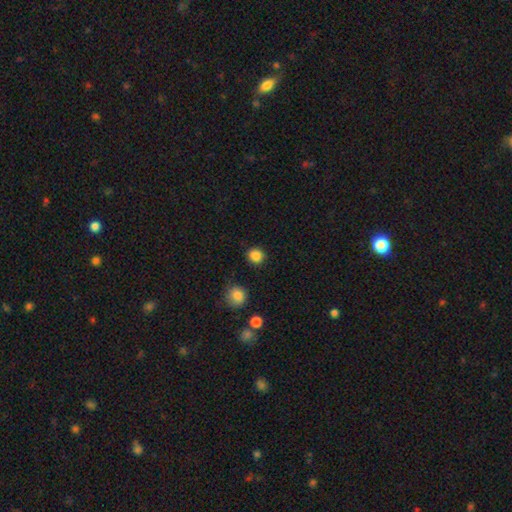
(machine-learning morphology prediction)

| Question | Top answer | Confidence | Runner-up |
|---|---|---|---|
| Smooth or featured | smooth | 86% | star or artifact (11%) |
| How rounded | round | 91% | in between (8%) |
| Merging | none | 89% | minor disturbance (7%) |